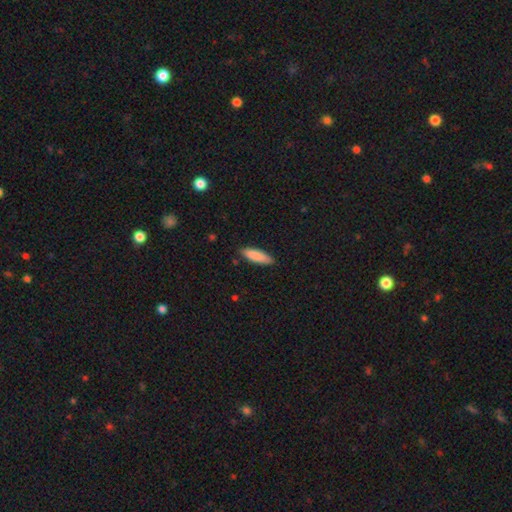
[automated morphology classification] Overall: smooth (87%). How rounded: cigar-shaped (52%; in between 47%). Merging: none (85%).